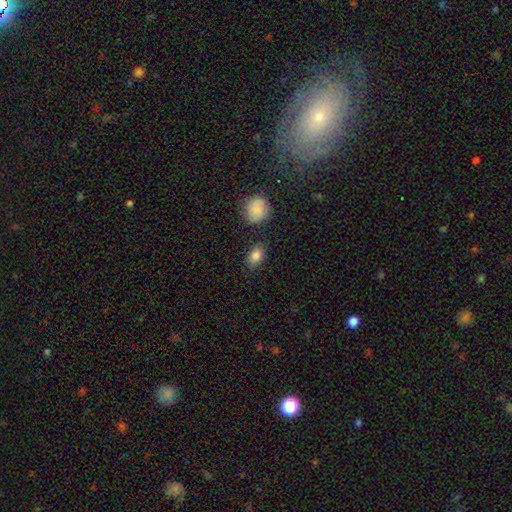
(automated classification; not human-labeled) Smooth or featured? Predicted: smooth (p=0.85). How rounded? Predicted: in between (p=0.80). Merging? Predicted: none (p=0.80).